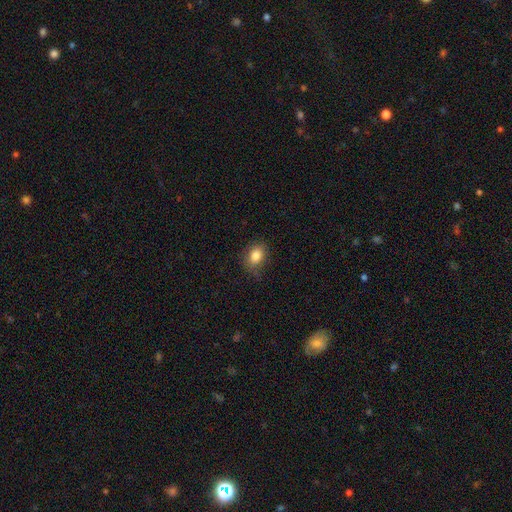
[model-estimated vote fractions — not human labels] This is clearly a smooth galaxy (83%). How rounded: likely in between (64%). Merging: likely none (74%).